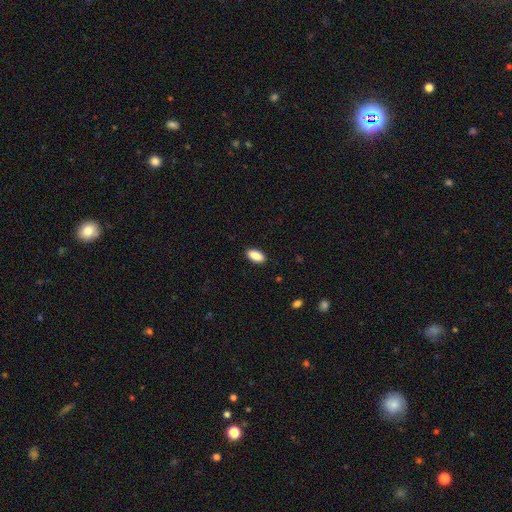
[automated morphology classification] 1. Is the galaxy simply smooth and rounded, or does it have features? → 89% smooth, 7% star or artifact, 4% featured or disk.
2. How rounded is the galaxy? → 88% in between, 10% cigar-shaped, 2% round.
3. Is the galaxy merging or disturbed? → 89% none, 8% minor disturbance, 2% major disturbance, 1% merger.